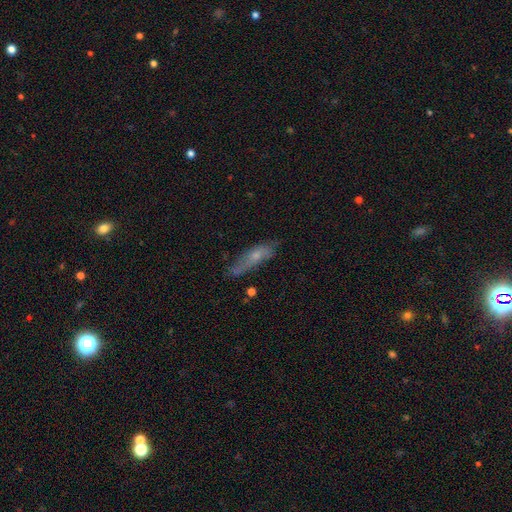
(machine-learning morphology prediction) This is possibly a smooth galaxy (54%). How rounded: possibly cigar-shaped (58%). Merging: possibly none (54%).